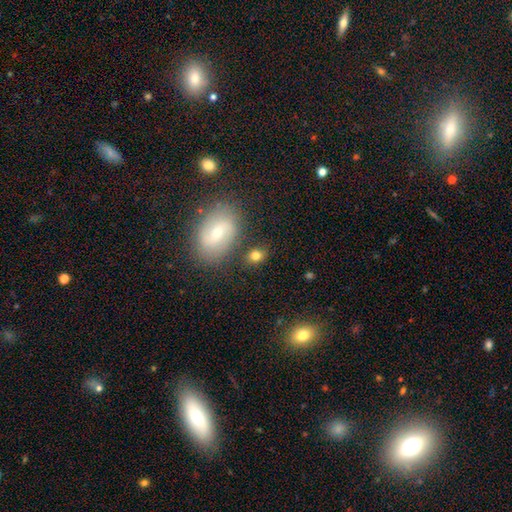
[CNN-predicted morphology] Smooth or featured? Predicted: smooth (p=0.78). How rounded? Predicted: in between (p=0.62). Merging? Predicted: none (p=0.76).